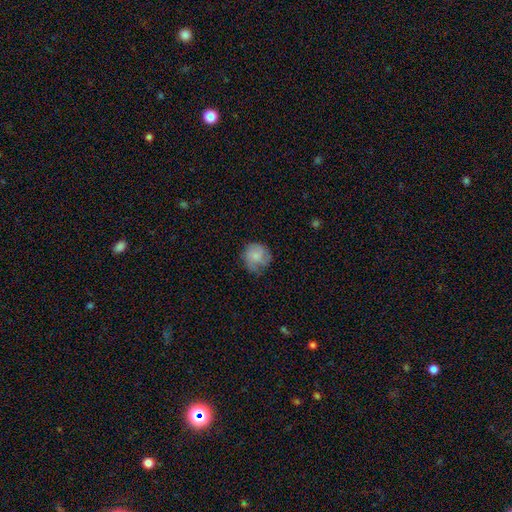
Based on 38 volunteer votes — A smooth galaxy with no disk features (58%) that is round (82%).

Vote fractions:
- Smooth or featured? smooth: 58% / featured or disk: 37% / star or artifact: 5%
- How rounded? round: 82% / in between: 18% / cigar-shaped: 0%
- Merging? none: 67% / minor disturbance: 25% / major disturbance: 8% / merger: 0%